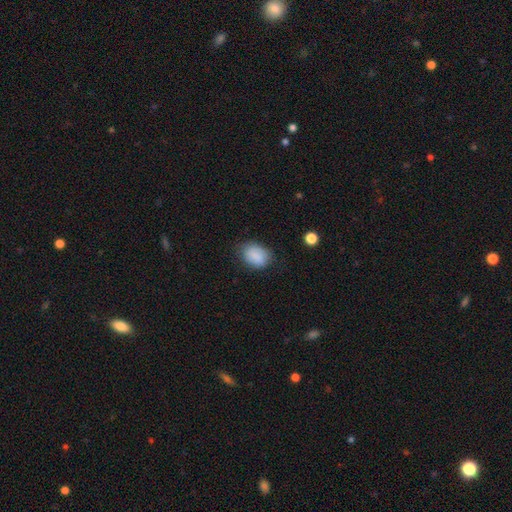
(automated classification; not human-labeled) This is clearly a smooth galaxy (86%). How rounded: likely in between (70%). Merging: likely none (73%).